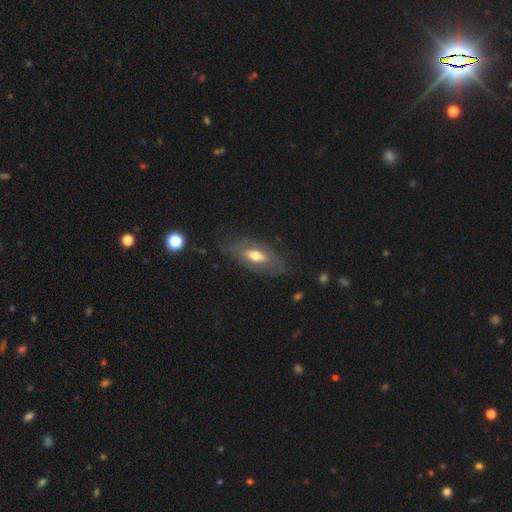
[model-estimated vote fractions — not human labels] Smooth or featured? Predicted: featured or disk (p=0.53). Edge-on disk? Predicted: no (p=0.77). Merging? Predicted: none (p=0.71).